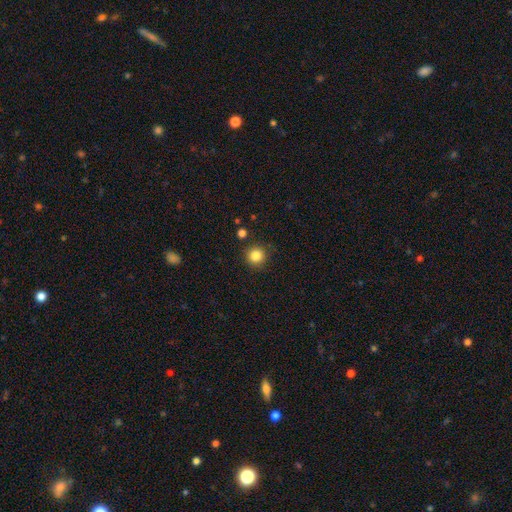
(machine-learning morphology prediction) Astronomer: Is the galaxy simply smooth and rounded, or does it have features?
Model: smooth — 84%.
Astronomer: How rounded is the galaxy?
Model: round — 94%.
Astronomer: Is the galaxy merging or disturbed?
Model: none — 88%.